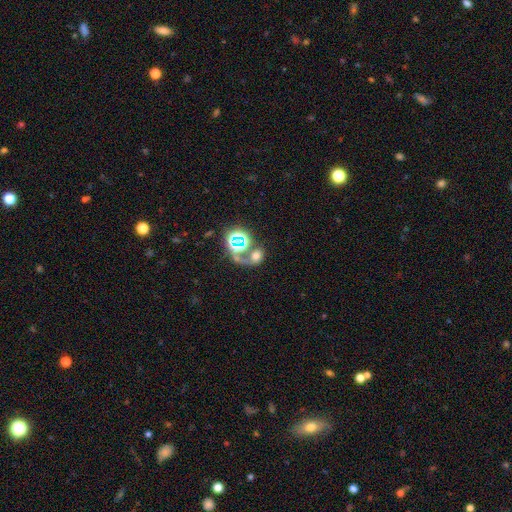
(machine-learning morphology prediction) Smooth or featured?
  - smooth: 46% *
  - featured or disk: 27%
  - star or artifact: 26%
Merging?
  - merger: 46% *
  - none: 28%
  - major disturbance: 17%
  - minor disturbance: 9%